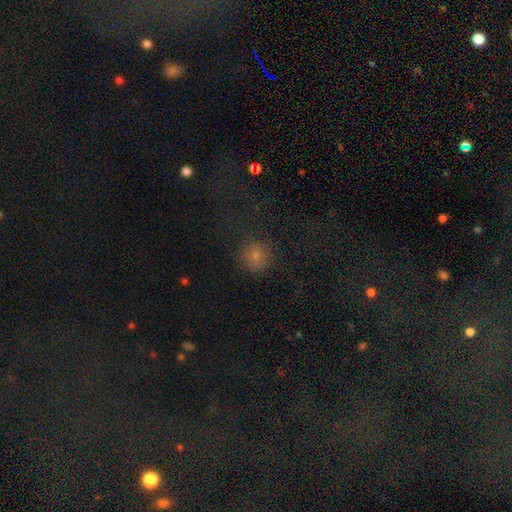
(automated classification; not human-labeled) Morphology: type=smooth (77%); roundness=round (93%); merging=none (85%).